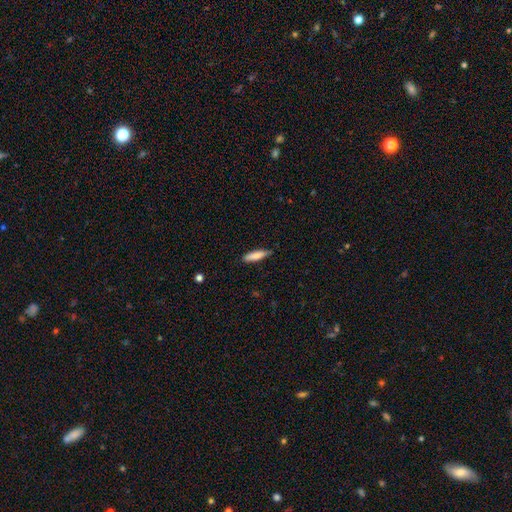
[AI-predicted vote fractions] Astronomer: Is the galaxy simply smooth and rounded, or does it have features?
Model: smooth — 82%.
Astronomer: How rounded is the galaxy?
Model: cigar-shaped — 72%.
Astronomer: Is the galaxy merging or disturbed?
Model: none — 78%.